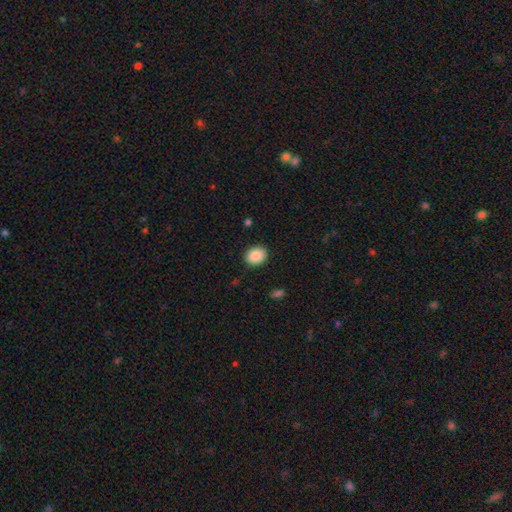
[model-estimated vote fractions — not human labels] Smooth or featured: smooth — 89% (star or artifact — 8%)
How rounded: round — 55% (in between — 44%)
Merging: none — 89% (minor disturbance — 8%)